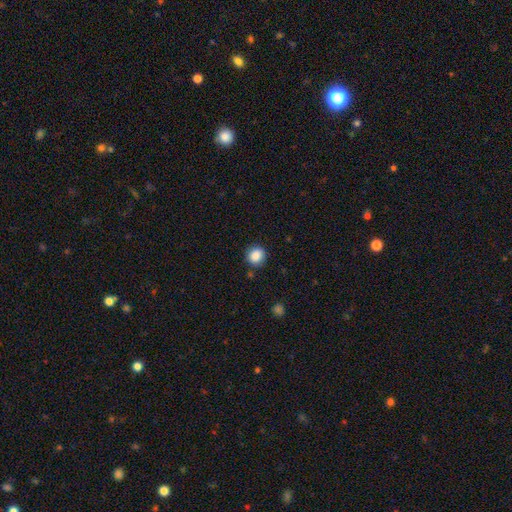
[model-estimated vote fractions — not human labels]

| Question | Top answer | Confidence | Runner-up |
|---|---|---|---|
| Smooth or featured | smooth | 87% | star or artifact (9%) |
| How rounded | round | 86% | in between (13%) |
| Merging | none | 85% | minor disturbance (10%) |